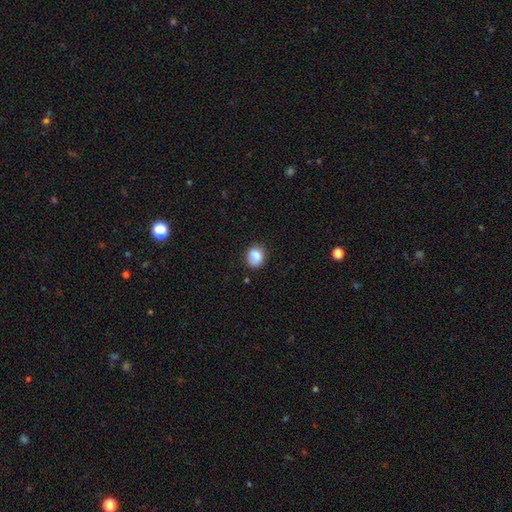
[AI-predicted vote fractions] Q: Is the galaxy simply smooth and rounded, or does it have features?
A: smooth — 82%.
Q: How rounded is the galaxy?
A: round — 57%.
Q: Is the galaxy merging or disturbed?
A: none — 68%.